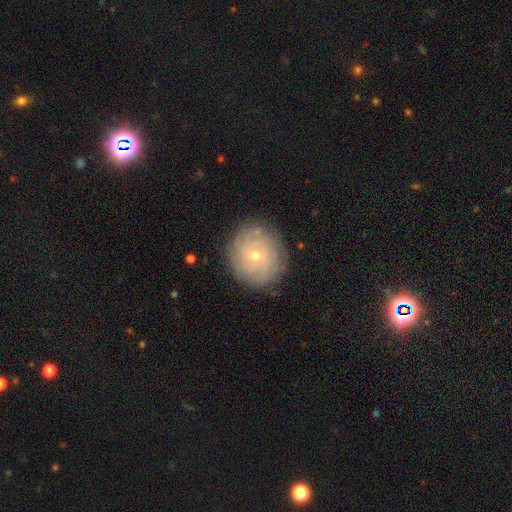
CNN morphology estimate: This is likely a featured or disk galaxy (73%). It is clearly not viewed edge-on (97%). Bar: likely no (78%). Spiral arm pattern: clearly yes (91%). Spiral arm count: marginally can't tell (44%). Spiral winding: likely tight (80%). Central bulge: likely small (63%). Merging: clearly none (85%).